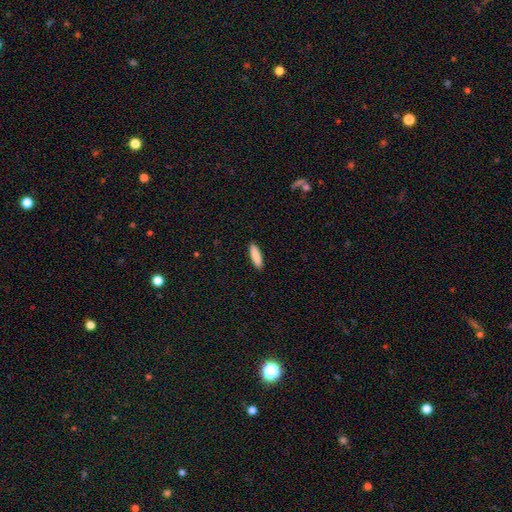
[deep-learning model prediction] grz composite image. It shows a smooth galaxy with no disk features (88%) that is cigar-shaped (59%). Merging: none (91%).